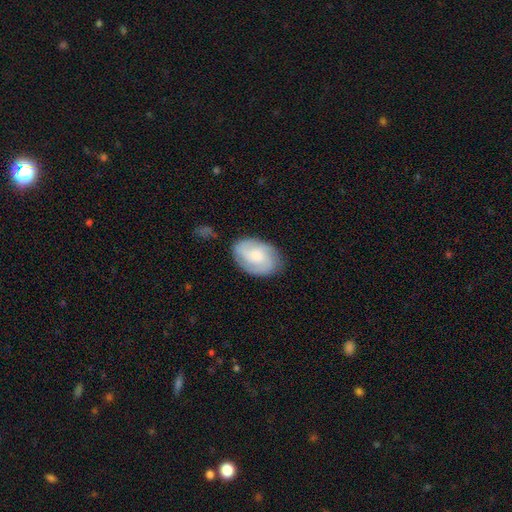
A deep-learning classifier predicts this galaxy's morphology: Smooth or featured?
  - featured or disk: 62% *
  - smooth: 32%
  - star or artifact: 6%
Edge-on disk?
  - no: 97% *
  - yes: 3%
Bar?
  - no: 68% *
  - weak: 28%
  - strong: 4%
Spiral arms?
  - yes: 91% *
  - no: 9%
Spiral winding?
  - tight: 47% *
  - medium: 40%
  - loose: 13%
Spiral arm count?
  - 2: 31% *
  - 3: 30%
  - can't tell: 24%
  - 4: 6%
  - 1: 5%
  - more than 4: 4%
Bulge size?
  - moderate: 40% *
  - small: 30%
  - large: 16%
  - none: 12%
  - dominant: 3%
Merging?
  - none: 79% *
  - minor disturbance: 15%
  - major disturbance: 4%
  - merger: 1%